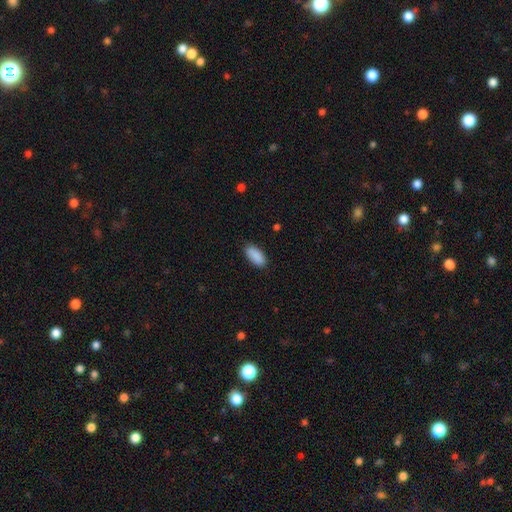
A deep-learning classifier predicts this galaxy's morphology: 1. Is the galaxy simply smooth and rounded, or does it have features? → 90% smooth, 7% star or artifact, 3% featured or disk.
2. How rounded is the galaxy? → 89% in between, 9% cigar-shaped, 2% round.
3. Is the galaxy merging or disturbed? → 87% none, 10% minor disturbance, 2% major disturbance, 1% merger.